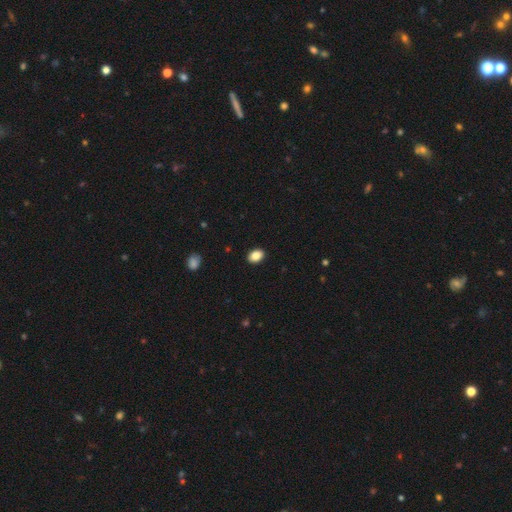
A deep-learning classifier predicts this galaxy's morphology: This appears to be a smooth galaxy with no disk features (87%) that is in between round and cigar-shaped (77%). Merging: none (90%).